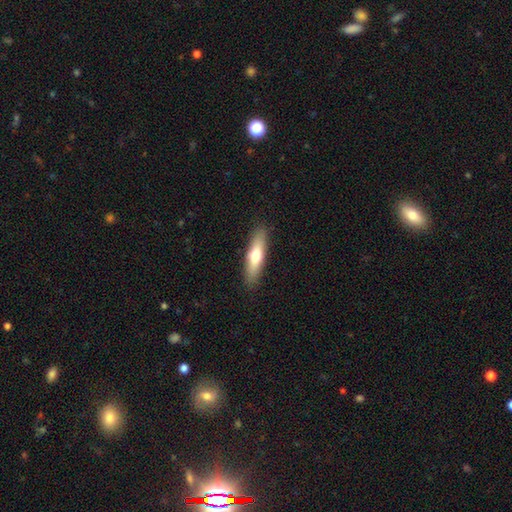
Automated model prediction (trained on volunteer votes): smooth 63%, featured or disk 31%, star or artifact 6%. Down the decision tree: how rounded — cigar-shaped (68%); merging — none (88%).